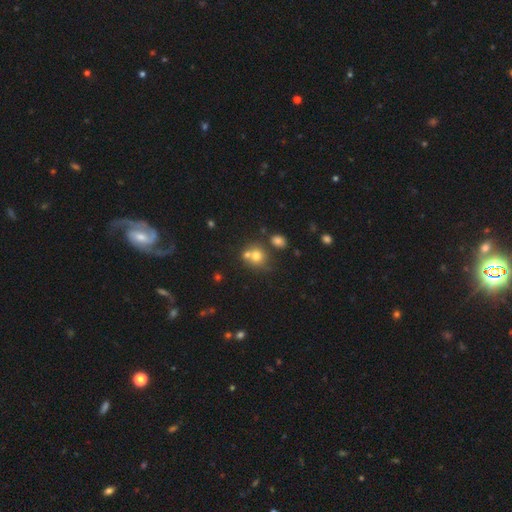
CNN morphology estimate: Overall: smooth (71%). How rounded: round (77%). Merging: none (46%; merger 40%).